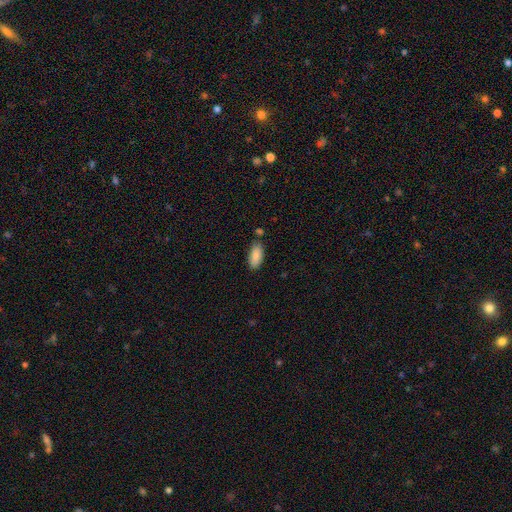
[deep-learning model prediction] Smooth or featured?
  - smooth: 88% *
  - star or artifact: 6%
  - featured or disk: 5%
How rounded?
  - in between: 87% *
  - cigar-shaped: 11%
  - round: 2%
Merging?
  - none: 77% *
  - minor disturbance: 14%
  - merger: 6%
  - major disturbance: 3%